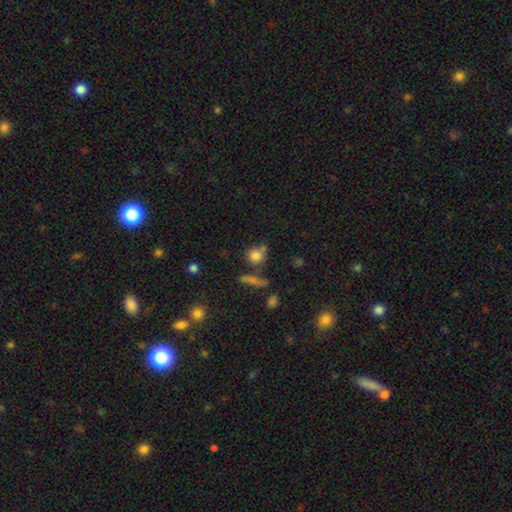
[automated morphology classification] Smooth or featured? Predicted: smooth (p=0.78). How rounded? Predicted: round (p=0.80). Merging? Predicted: none (p=0.58).